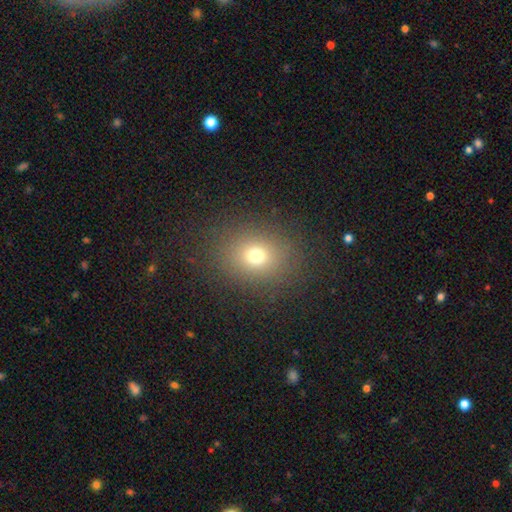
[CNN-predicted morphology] A smooth galaxy with no disk features (71%) that is round (63%).

Vote fractions:
- Smooth or featured? smooth: 71% / star or artifact: 18% / featured or disk: 10%
- How rounded? round: 63% / in between: 36% / cigar-shaped: 1%
- Merging? none: 85% / minor disturbance: 8% / major disturbance: 5% / merger: 1%